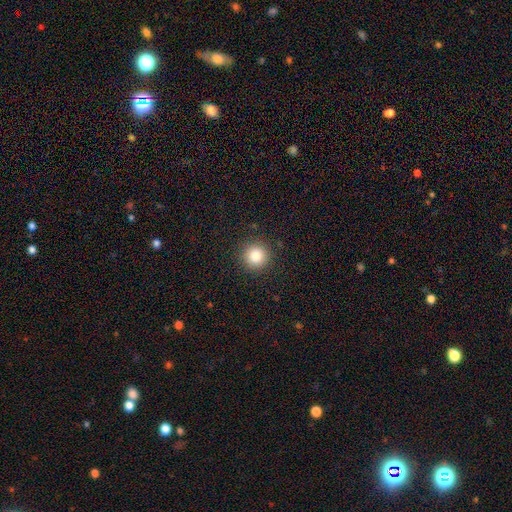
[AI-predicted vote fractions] Smooth or featured: smooth — 82% (star or artifact — 12%)
How rounded: round — 95% (in between — 4%)
Merging: none — 91% (minor disturbance — 6%)